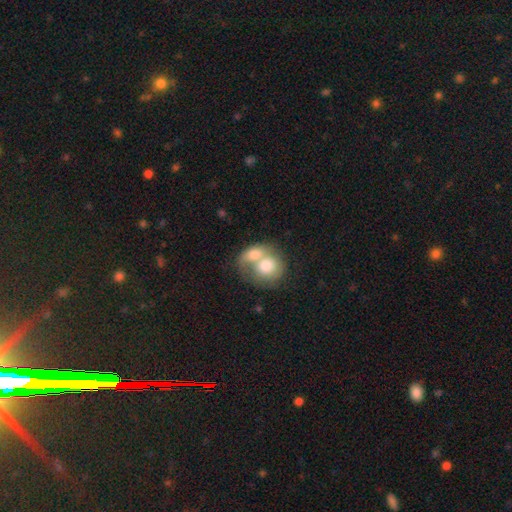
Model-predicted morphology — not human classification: smooth-or-featured: smooth: 67% | featured or disk: 26% | star or artifact: 7%
  how-rounded: round: 62% | in between: 37% | cigar-shaped: 1%
  merging: merger: 74% | none: 16% | minor disturbance: 6% | major disturbance: 4%